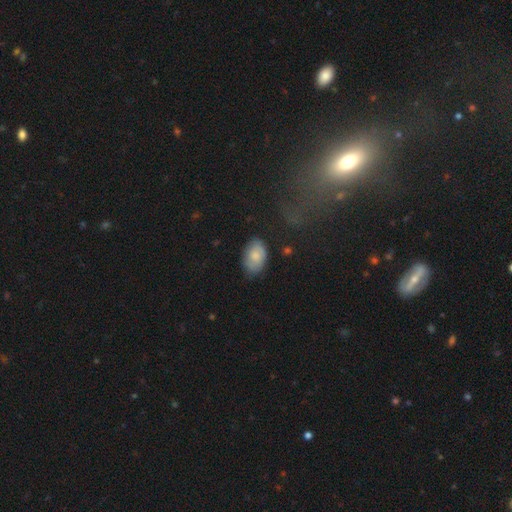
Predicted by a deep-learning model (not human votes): A smooth galaxy with no disk features (77%) that is in between round and cigar-shaped (88%).

Vote fractions:
- Smooth or featured? smooth: 77% / featured or disk: 16% / star or artifact: 7%
- How rounded? in between: 88% / round: 10% / cigar-shaped: 1%
- Merging? none: 75% / minor disturbance: 19% / major disturbance: 4% / merger: 2%